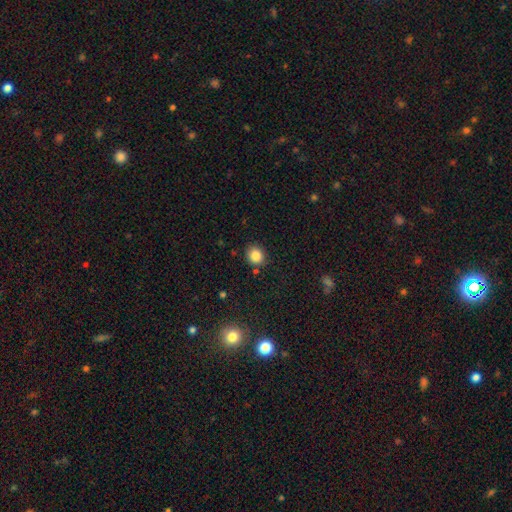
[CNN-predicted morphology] type=smooth (84%); roundness=round (79%); merging=none (86%).